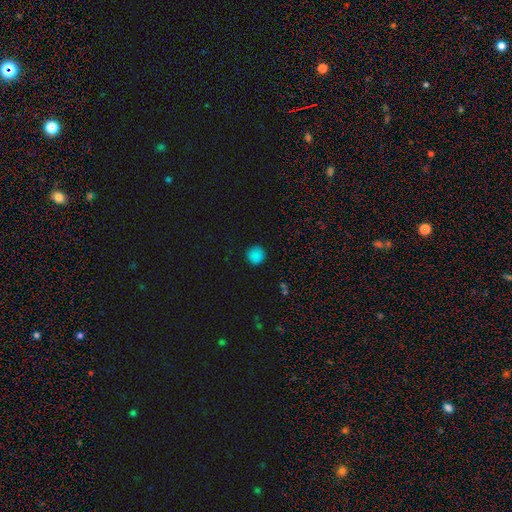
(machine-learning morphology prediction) Overall: smooth (85%). How rounded: round (95%). Merging: none (91%).